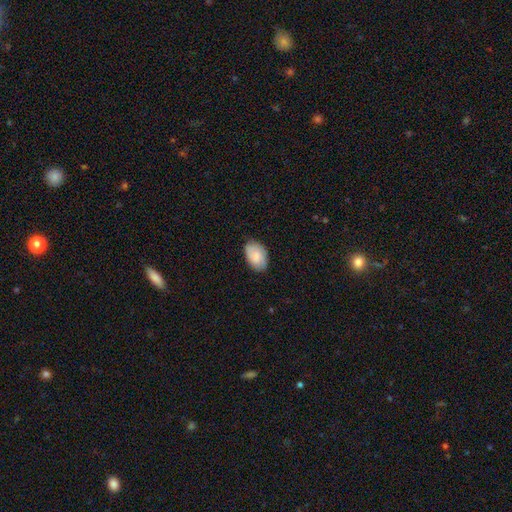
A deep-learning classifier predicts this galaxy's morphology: This is clearly a smooth galaxy (82%). How rounded: clearly in between (90%). Merging: likely none (77%).